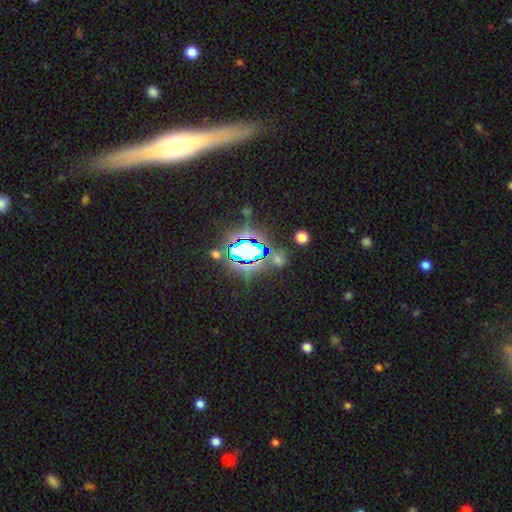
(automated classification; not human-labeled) star or artifact 73%, smooth 17%, featured or disk 10%.